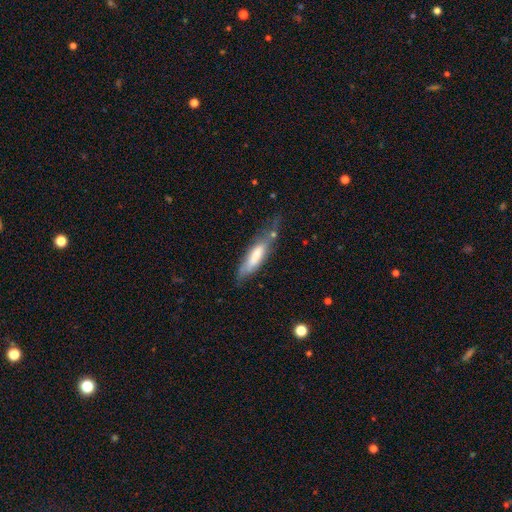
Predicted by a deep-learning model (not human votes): A smooth galaxy with no disk features (62%) that is cigar-shaped (66%). Merging: none (46%).